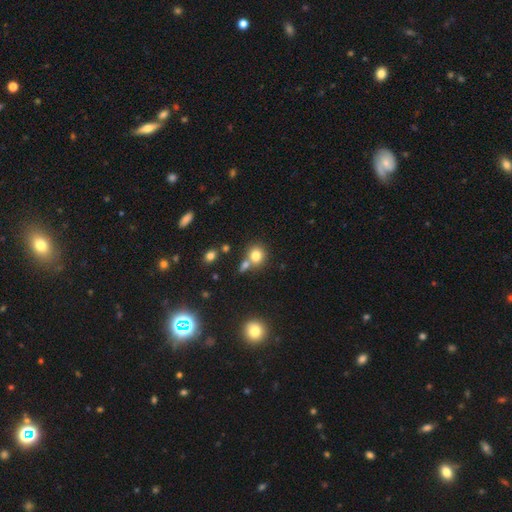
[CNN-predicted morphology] This is likely a smooth galaxy (79%). How rounded: clearly round (83%). Merging: possibly none (59%).